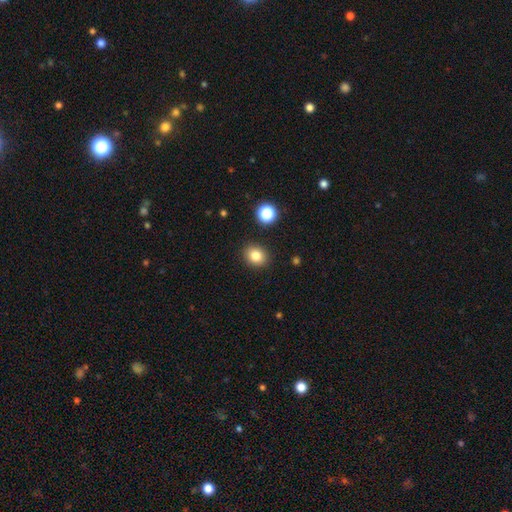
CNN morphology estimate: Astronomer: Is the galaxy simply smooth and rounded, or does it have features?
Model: smooth — 82%.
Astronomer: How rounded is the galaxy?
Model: round — 57% (runner-up: in between, 42%).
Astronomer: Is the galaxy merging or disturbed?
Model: none — 88%.